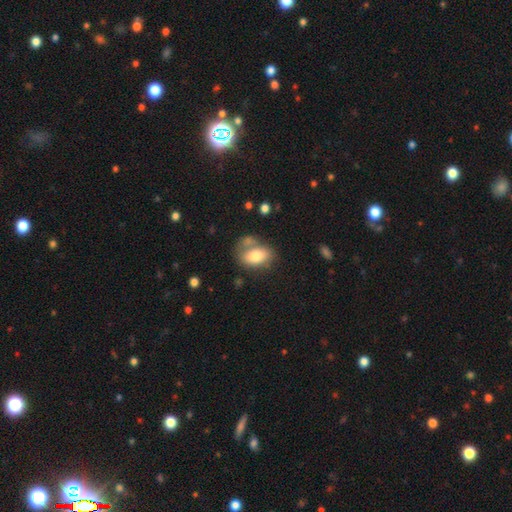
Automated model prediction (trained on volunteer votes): This is likely a smooth galaxy (74%). How rounded: clearly in between (85%). Merging: marginally none (44%).